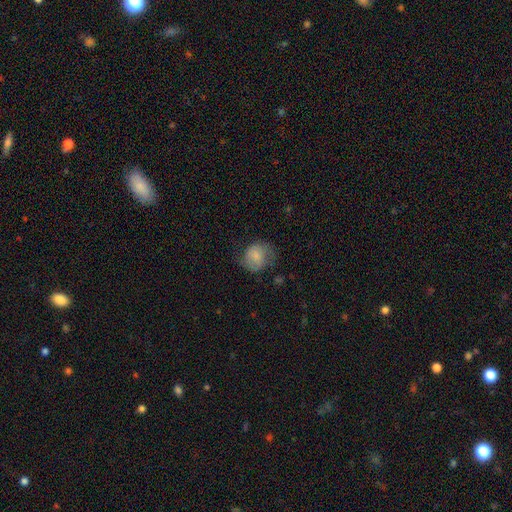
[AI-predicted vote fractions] smooth 65%, featured or disk 27%, star or artifact 8%. Down the decision tree: how rounded — round (73%); merging — none (55%).